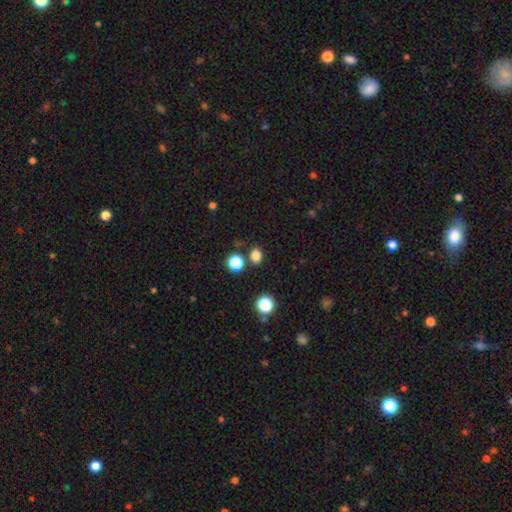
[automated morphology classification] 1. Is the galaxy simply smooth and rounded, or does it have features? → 80% smooth, 15% star or artifact, 4% featured or disk.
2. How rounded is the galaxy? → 53% in between, 46% round, 1% cigar-shaped.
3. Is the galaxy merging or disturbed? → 80% none, 9% minor disturbance, 8% merger, 3% major disturbance.